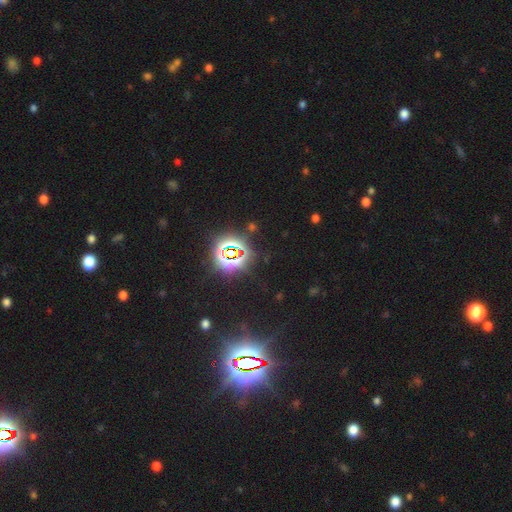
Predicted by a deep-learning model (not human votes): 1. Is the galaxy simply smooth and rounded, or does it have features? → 83% star or artifact, 10% smooth, 7% featured or disk.